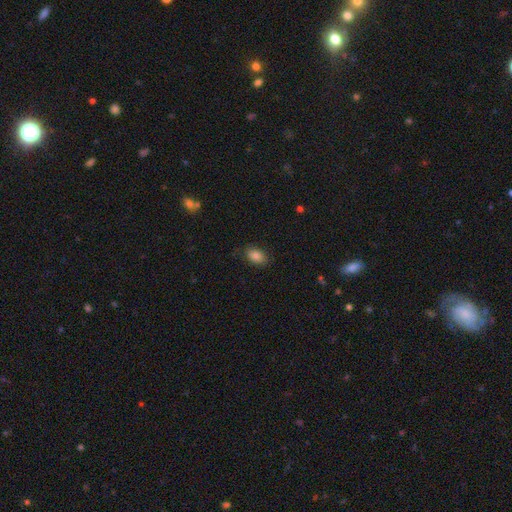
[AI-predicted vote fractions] This is clearly a smooth galaxy (85%). How rounded: clearly in between (89%). Merging: clearly none (84%).